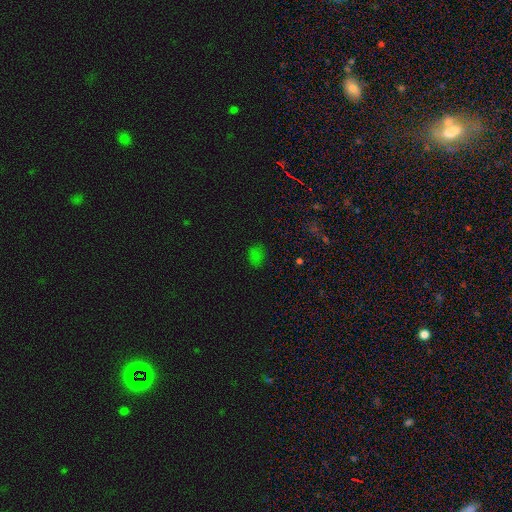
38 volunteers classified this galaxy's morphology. Overall: smooth (84%). How rounded: round (50%, tied with in between). Merging: none (83%).